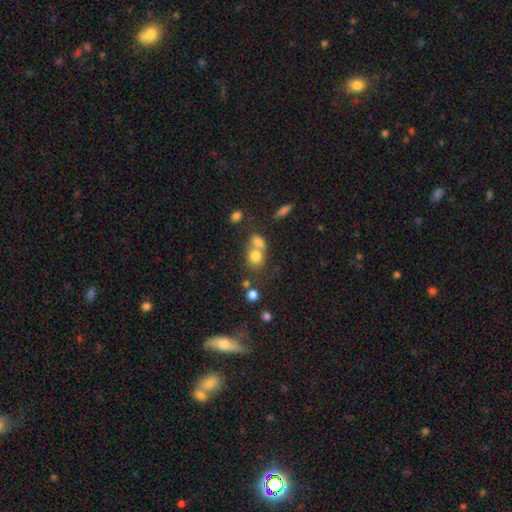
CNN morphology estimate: Smooth or featured? Predicted: smooth (p=0.75). How rounded? Predicted: round (p=0.65). Merging? Predicted: merger (p=0.52).